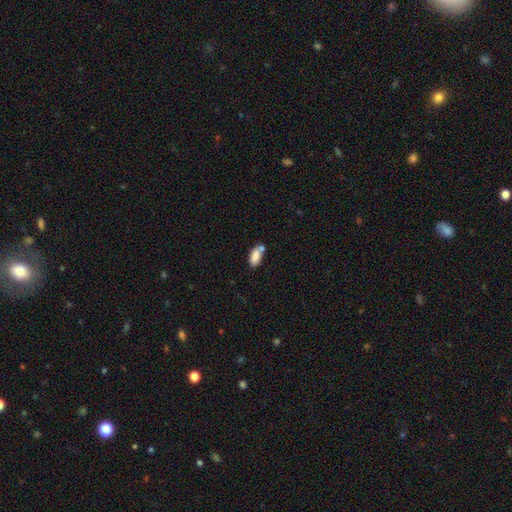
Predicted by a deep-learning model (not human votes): Smooth or featured? smooth (84%)
How rounded? in between (89%)
Merging? none (48%)